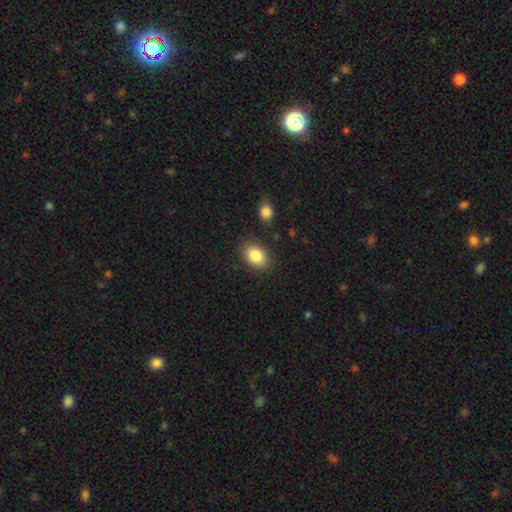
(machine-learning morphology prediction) A smooth galaxy with no disk features (86%) that is in between round and cigar-shaped (80%). Merging: none (84%).